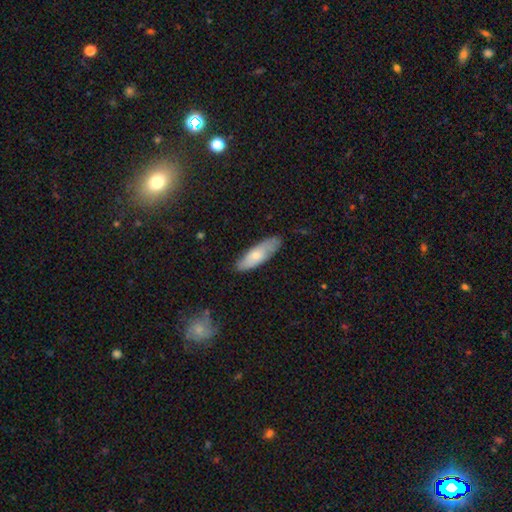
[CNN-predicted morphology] smooth 70%, featured or disk 25%, star or artifact 5%. Down the decision tree: how rounded — in between (53%); merging — none (77%).